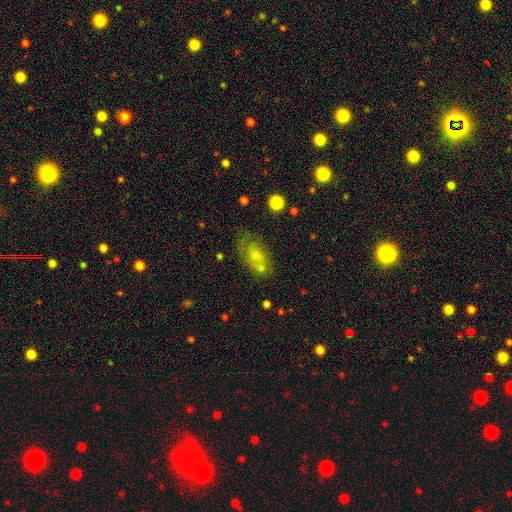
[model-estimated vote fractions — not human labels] Smooth or featured?
  - smooth: 62% *
  - featured or disk: 22%
  - star or artifact: 16%
How rounded?
  - in between: 86% *
  - round: 9%
  - cigar-shaped: 5%
Merging?
  - none: 62% *
  - minor disturbance: 20%
  - merger: 9%
  - major disturbance: 9%